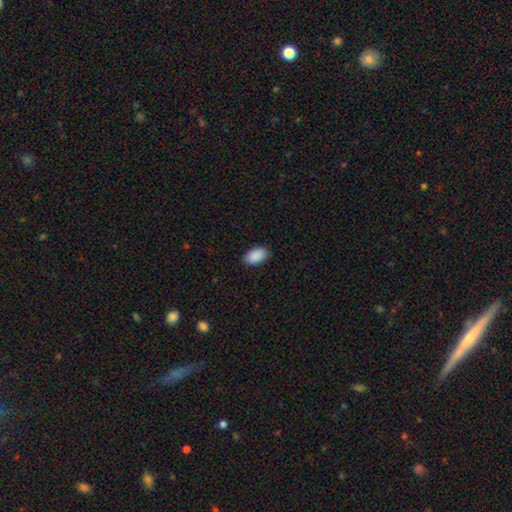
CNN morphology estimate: A smooth galaxy with no disk features (91%) that is in between round and cigar-shaped (94%).

Vote fractions:
- Smooth or featured? smooth: 91% / star or artifact: 6% / featured or disk: 2%
- How rounded? in between: 94% / round: 4% / cigar-shaped: 1%
- Merging? none: 89% / minor disturbance: 8% / major disturbance: 2% / merger: 1%